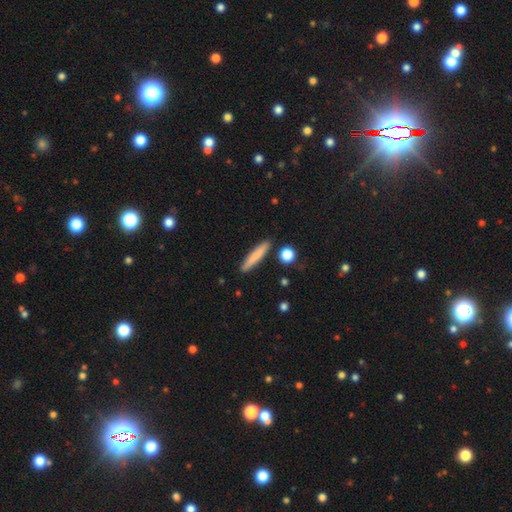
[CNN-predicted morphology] This is likely a smooth galaxy (77%). How rounded: clearly cigar-shaped (92%). Merging: clearly none (89%).